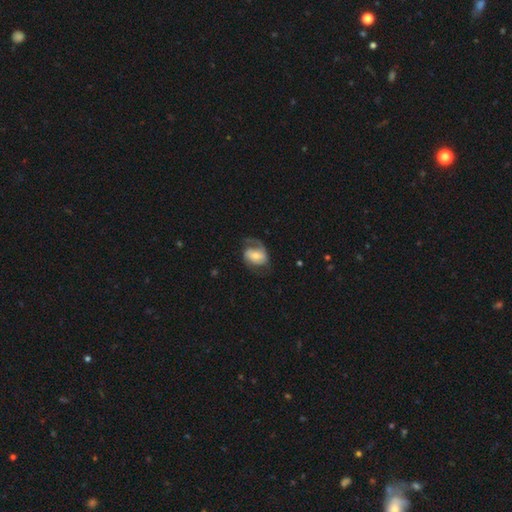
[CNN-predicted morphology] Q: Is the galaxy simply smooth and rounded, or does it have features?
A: featured or disk — 67%.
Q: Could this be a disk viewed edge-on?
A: no — 97%.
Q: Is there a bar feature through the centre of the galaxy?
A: weak — 39%.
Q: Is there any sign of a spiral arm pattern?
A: yes — 88%.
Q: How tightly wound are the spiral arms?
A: medium — 44%.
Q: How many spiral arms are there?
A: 2 — 67%.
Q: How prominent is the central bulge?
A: moderate — 48%.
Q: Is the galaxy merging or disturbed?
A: none — 55%.